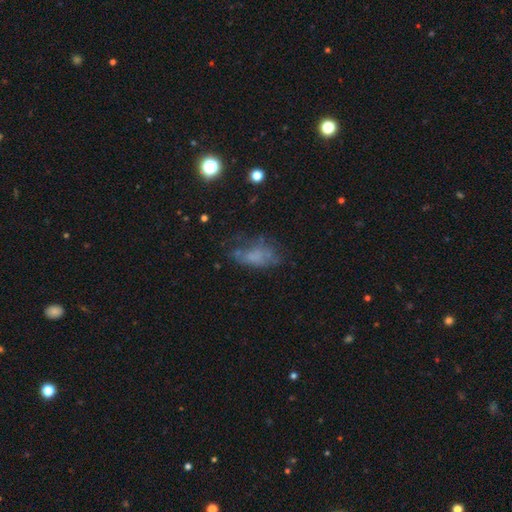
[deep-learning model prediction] A smooth galaxy with no disk features (48%).

Vote fractions:
- Smooth or featured? smooth: 48% / featured or disk: 35% / star or artifact: 17%
- Merging? none: 44% / minor disturbance: 26% / major disturbance: 25% / merger: 4%